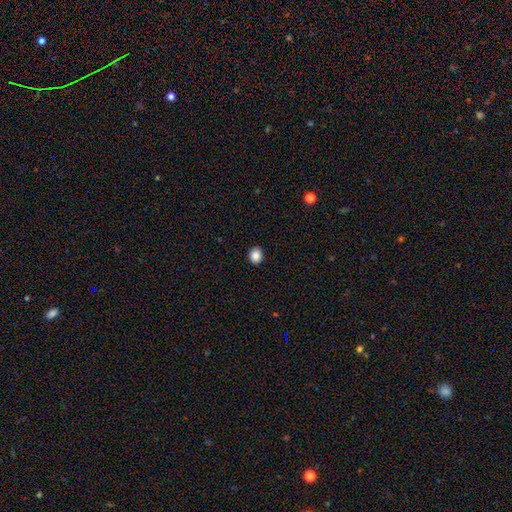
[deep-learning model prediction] A smooth galaxy with no disk features (87%) that is round (62%). Merging: none (91%).